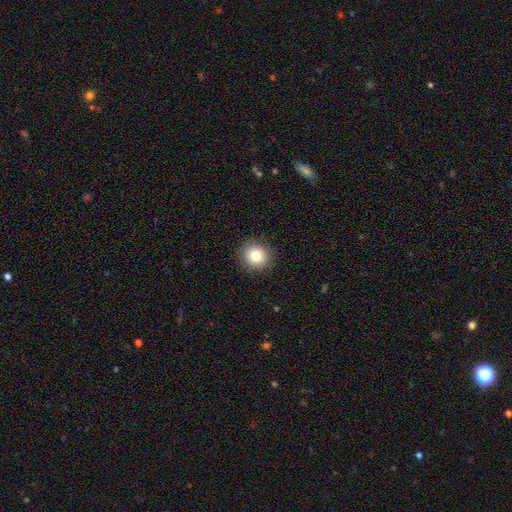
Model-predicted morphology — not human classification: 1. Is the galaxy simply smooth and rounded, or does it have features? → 80% smooth, 11% star or artifact, 9% featured or disk.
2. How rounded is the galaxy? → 88% round, 11% in between, 1% cigar-shaped.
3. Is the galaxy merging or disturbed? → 91% none, 6% minor disturbance, 2% major disturbance, 1% merger.